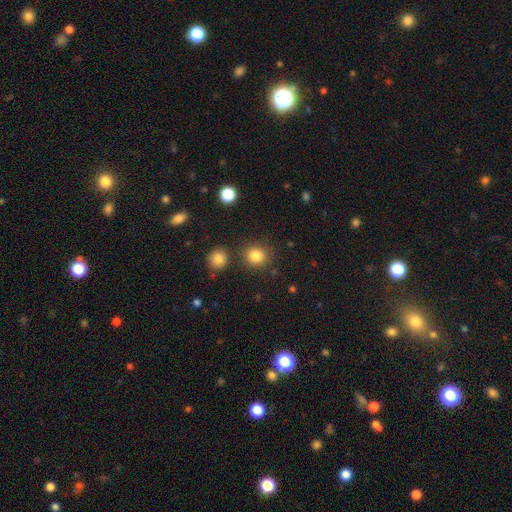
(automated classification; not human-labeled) smooth-or-featured: smooth: 84% | star or artifact: 12% | featured or disk: 5%
  how-rounded: round: 85% | in between: 14% | cigar-shaped: 1%
  merging: none: 82% | minor disturbance: 9% | merger: 6% | major disturbance: 3%